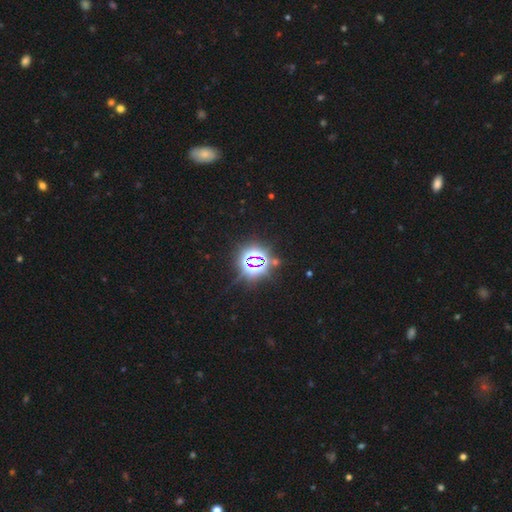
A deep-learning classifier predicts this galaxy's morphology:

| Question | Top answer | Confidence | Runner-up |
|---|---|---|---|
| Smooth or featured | star or artifact | 80% | smooth (12%) |